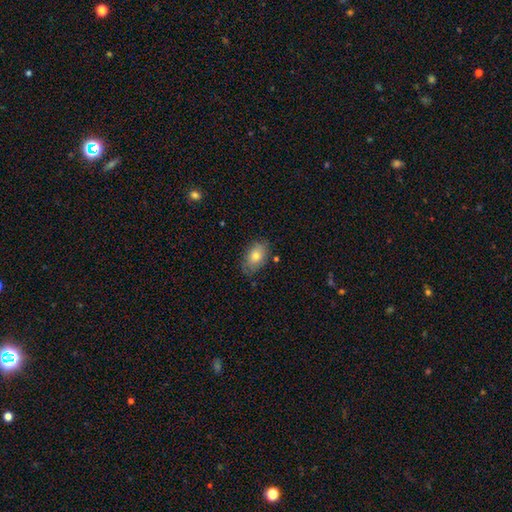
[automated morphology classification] A smooth galaxy with no disk features (76%) that is in between round and cigar-shaped (90%). Merging: none (79%).